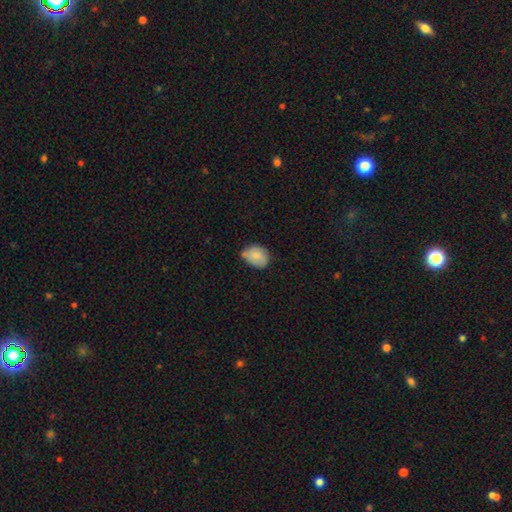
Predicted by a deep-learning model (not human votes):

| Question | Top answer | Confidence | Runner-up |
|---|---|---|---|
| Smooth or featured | smooth | 81% | featured or disk (11%) |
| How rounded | in between | 64% | round (35%) |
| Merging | none | 60% | minor disturbance (30%) |